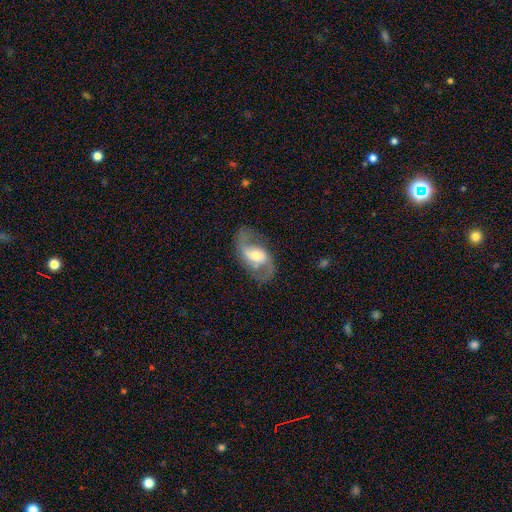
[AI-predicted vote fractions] A featured or disk galaxy (86%) with a weak bar (43%), 2 (92%) loose (49%) spiral arms (94%) and a moderate central bulge (57%).

Vote fractions:
- Smooth or featured? featured or disk: 86% / smooth: 9% / star or artifact: 5%
- Edge-on disk? no: 96% / yes: 4%
- Bar? weak: 43% / no: 36% / strong: 21%
- Spiral arms? yes: 94% / no: 6%
- Spiral winding? loose: 49% / medium: 42% / tight: 9%
- Spiral arm count? 2: 92% / can't tell: 3% / 1: 2% / 3: 1% / 4: 1% / more than 4: 1%
- Bulge size? moderate: 57% / small: 32% / large: 9% / none: 2% / dominant: 1%
- Merging? none: 78% / minor disturbance: 13% / major disturbance: 8% / merger: 1%